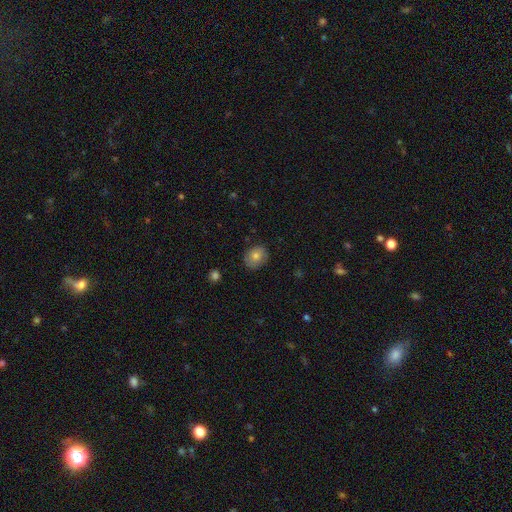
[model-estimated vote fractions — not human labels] smooth_or_featured: smooth (p=0.76) [alt: featured or disk p=0.15]
how_rounded: round (p=0.53) [alt: in between p=0.46]
merging: none (p=0.82) [alt: minor disturbance p=0.14]